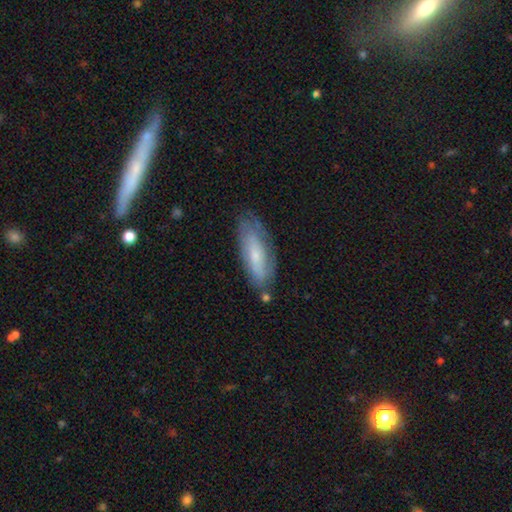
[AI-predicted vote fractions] Overall: smooth (51%; featured or disk 42%). How rounded: in between (62%; cigar-shaped 36%). Merging: none (68%).